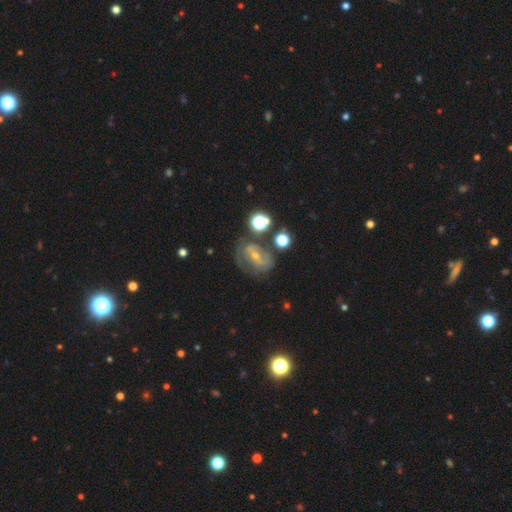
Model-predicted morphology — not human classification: Smooth or featured: featured or disk — 69% (smooth — 19%)
Edge-on disk: no — 95% (yes — 5%)
Bar: weak — 38% (strong — 37%)
Spiral arms: yes — 73% (no — 27%)
Bulge size: small — 59% (moderate — 36%)
Merging: none — 59% (minor disturbance — 20%)